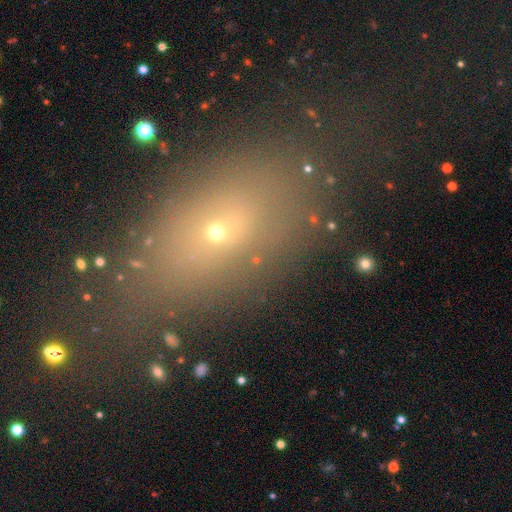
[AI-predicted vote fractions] smooth 55%, star or artifact 26%, featured or disk 18%. Down the decision tree: how rounded — in between (75%); merging — none (67%).